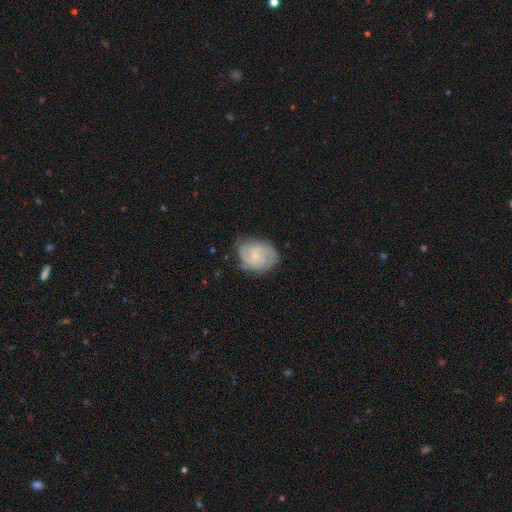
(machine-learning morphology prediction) This is likely a featured or disk galaxy (65%). It is clearly not viewed edge-on (98%). Bar: likely no (63%). Spiral arm pattern: clearly yes (88%). Spiral arm count: marginally 2 (42%). Spiral winding: possibly tight (53%). Central bulge: likely small (72%). Merging: likely none (66%).